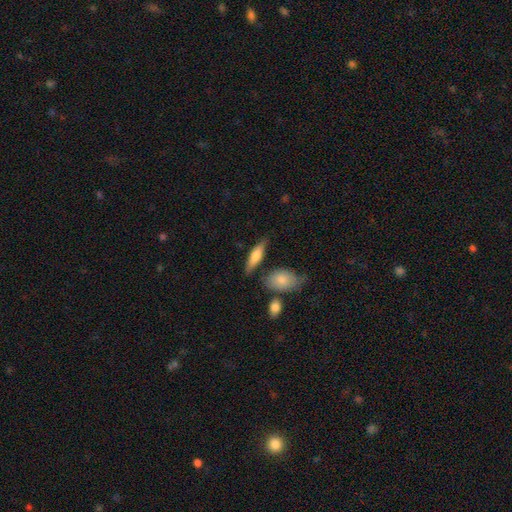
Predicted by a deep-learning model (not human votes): Smooth or featured? smooth (60%)
How rounded? cigar-shaped (52%)
Merging? none (74%)